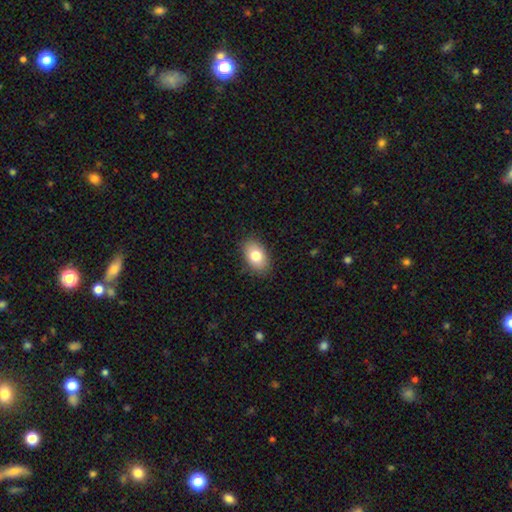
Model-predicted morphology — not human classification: The model was most divided on "smooth or featured": smooth: 80%, featured or disk: 12%, star or artifact: 8%. More confident: how rounded — in between (89%); merging — none (87%).